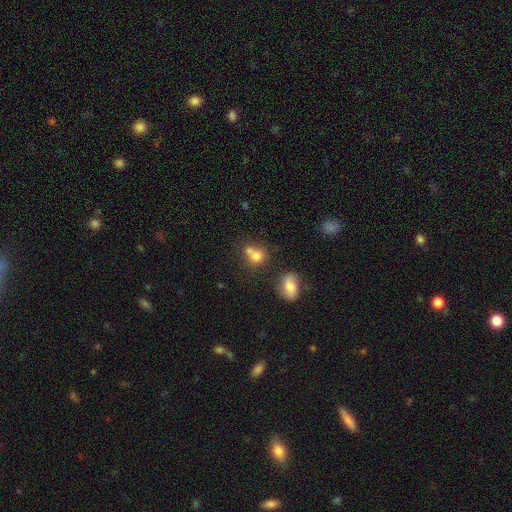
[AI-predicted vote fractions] Morphology: type=smooth (75%); roundness=round (75%); merging=merger (46%).